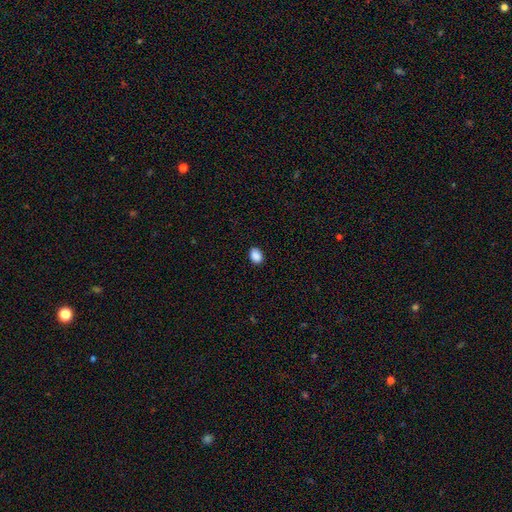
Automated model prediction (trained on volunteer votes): Smooth or featured: smooth — 89% (star or artifact — 8%)
How rounded: in between — 71% (round — 28%)
Merging: none — 90% (minor disturbance — 8%)